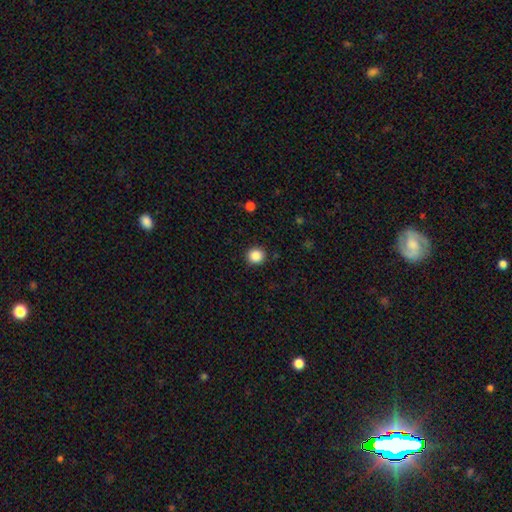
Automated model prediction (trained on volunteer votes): A smooth galaxy with no disk features (87%) that is round (92%).

Vote fractions:
- Smooth or featured? smooth: 87% / star or artifact: 10% / featured or disk: 3%
- How rounded? round: 92% / in between: 7% / cigar-shaped: 1%
- Merging? none: 91% / minor disturbance: 6% / major disturbance: 2% / merger: 1%